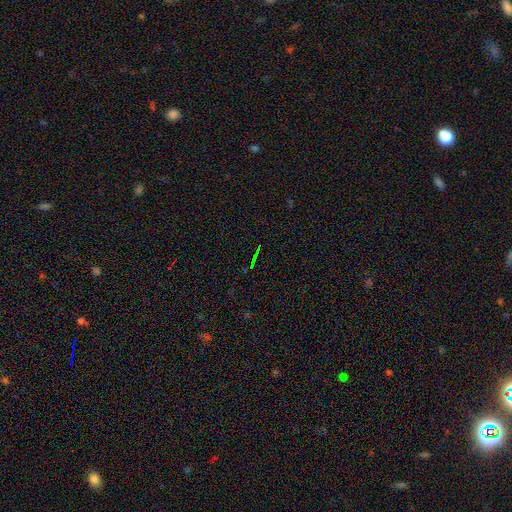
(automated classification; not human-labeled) star or artifact 73%, featured or disk 15%, smooth 12%.